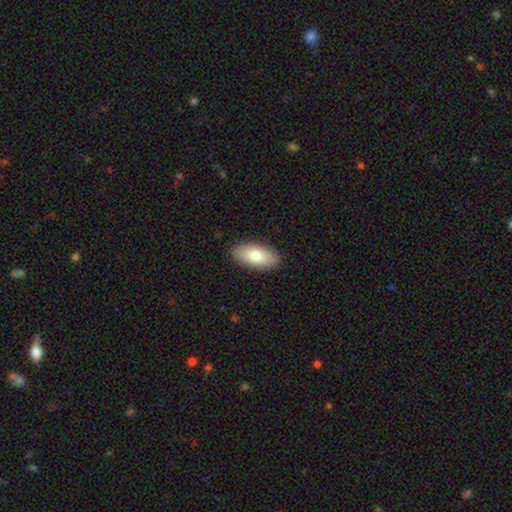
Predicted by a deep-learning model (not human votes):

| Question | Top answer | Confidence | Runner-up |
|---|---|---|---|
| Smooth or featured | smooth | 78% | featured or disk (16%) |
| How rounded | in between | 91% | cigar-shaped (6%) |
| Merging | none | 88% | minor disturbance (9%) |